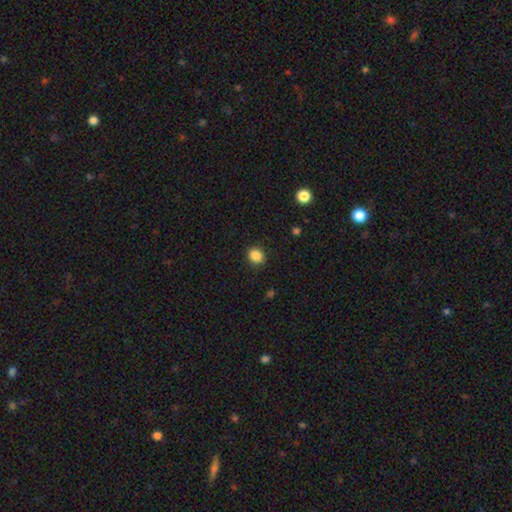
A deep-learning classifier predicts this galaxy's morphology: Smooth or featured?
  - smooth: 86% *
  - star or artifact: 10%
  - featured or disk: 4%
How rounded?
  - round: 65% *
  - in between: 34%
  - cigar-shaped: 1%
Merging?
  - none: 89% *
  - minor disturbance: 8%
  - major disturbance: 2%
  - merger: 1%